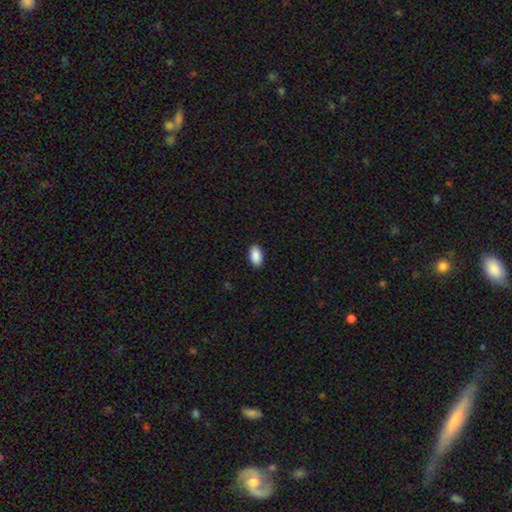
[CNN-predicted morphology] Smooth or featured?
  - smooth: 91% *
  - star or artifact: 7%
  - featured or disk: 3%
How rounded?
  - in between: 94% *
  - round: 5%
  - cigar-shaped: 1%
Merging?
  - none: 89% *
  - minor disturbance: 8%
  - major disturbance: 2%
  - merger: 1%